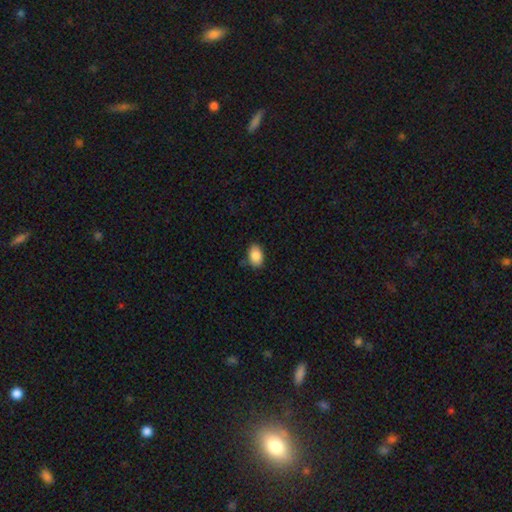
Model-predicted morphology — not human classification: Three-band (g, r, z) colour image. It shows a smooth galaxy with no disk features (87%) that is in between round and cigar-shaped (87%). Merging: none (82%).